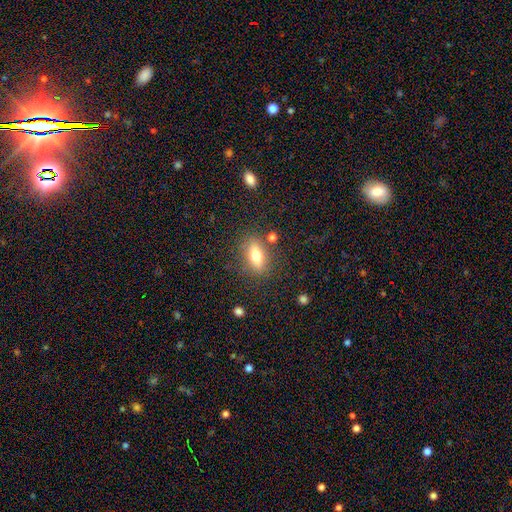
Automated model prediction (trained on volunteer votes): smooth_or_featured: smooth (p=0.69) [alt: featured or disk p=0.21]
how_rounded: in between (p=0.74) [alt: cigar-shaped p=0.17]
merging: none (p=0.81) [alt: minor disturbance p=0.11]